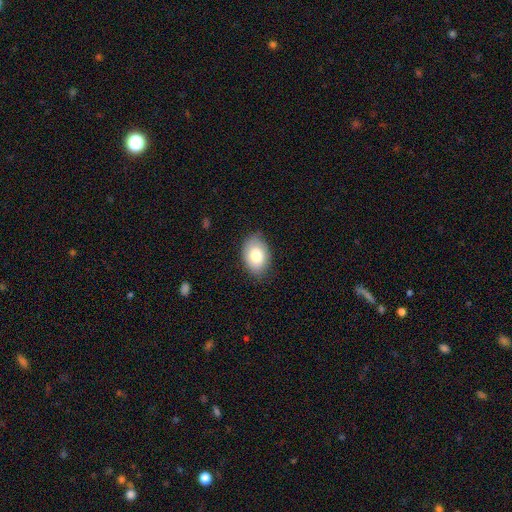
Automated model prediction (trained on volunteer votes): A smooth galaxy with no disk features (79%) that is in between round and cigar-shaped (84%). Merging: none (82%).